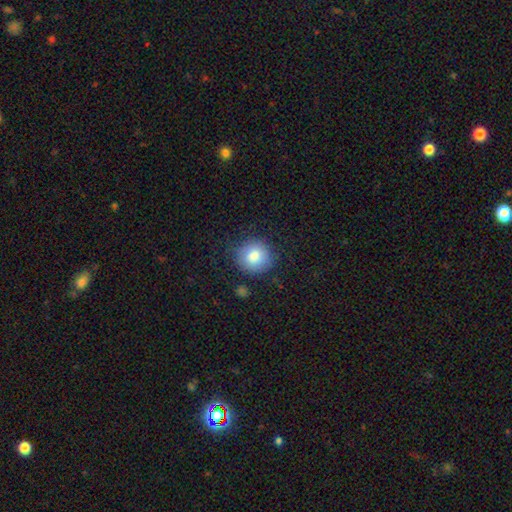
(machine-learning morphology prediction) Q: Smooth or featured?
A: smooth (83%); runner-up: featured or disk (9%)
Q: How rounded?
A: round (88%); runner-up: in between (11%)
Q: Merging?
A: none (81%); runner-up: minor disturbance (13%)